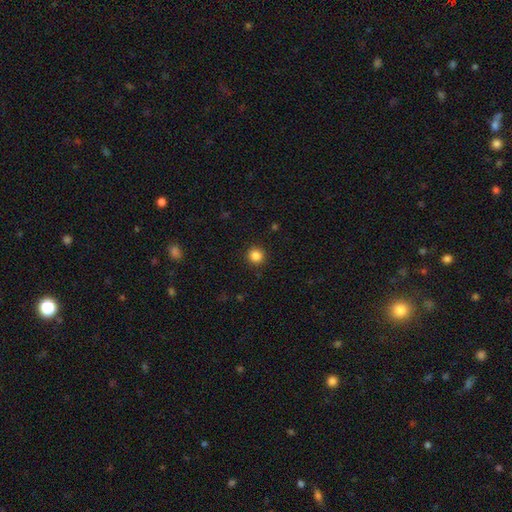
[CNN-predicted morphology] This appears to be a smooth galaxy with no disk features (85%) that is round (94%). Merging: none (91%).